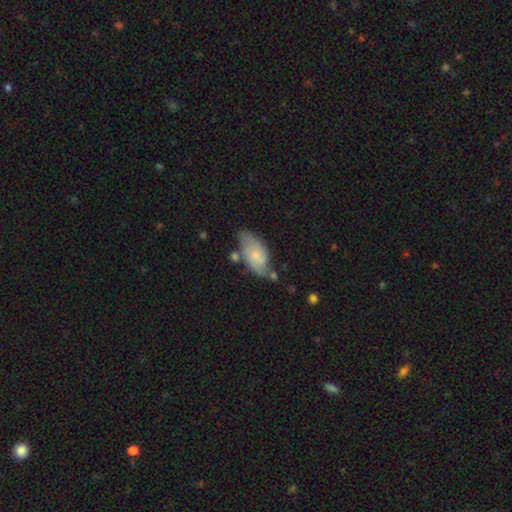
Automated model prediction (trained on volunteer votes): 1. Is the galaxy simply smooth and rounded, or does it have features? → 49% featured or disk, 44% smooth, 6% star or artifact.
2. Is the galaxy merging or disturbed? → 51% none, 29% minor disturbance, 11% merger, 10% major disturbance.